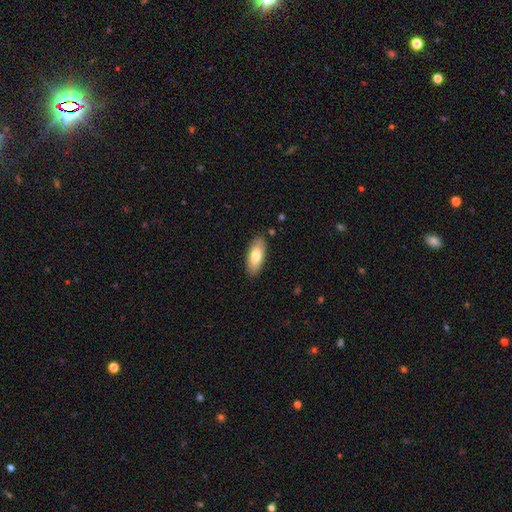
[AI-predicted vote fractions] Smooth or featured? Predicted: smooth (p=0.75). How rounded? Predicted: in between (p=0.81). Merging? Predicted: none (p=0.87).